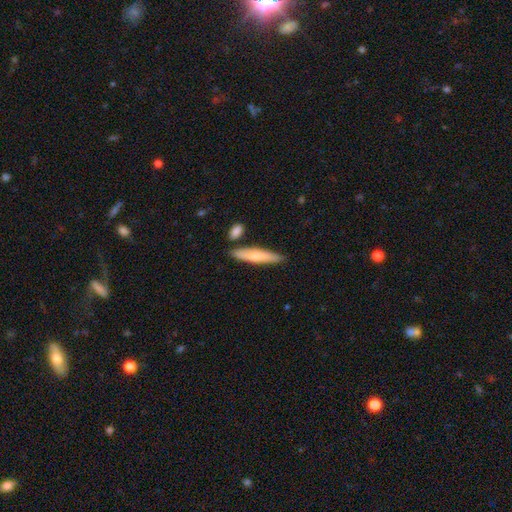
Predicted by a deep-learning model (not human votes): Morphology: type=smooth (70%); roundness=cigar-shaped (86%); merging=none (81%).